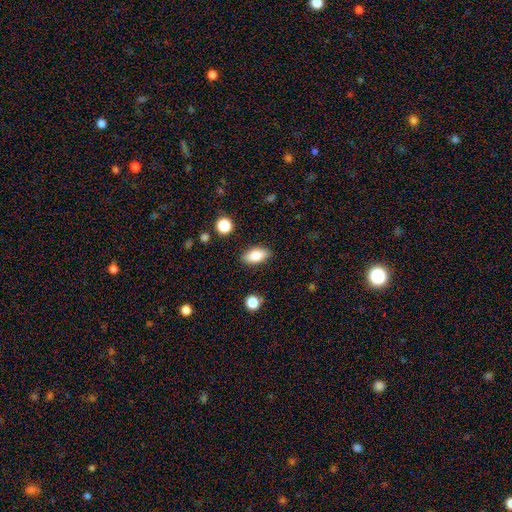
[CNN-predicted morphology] This is clearly a smooth galaxy (82%). How rounded: clearly in between (89%). Merging: clearly none (87%).